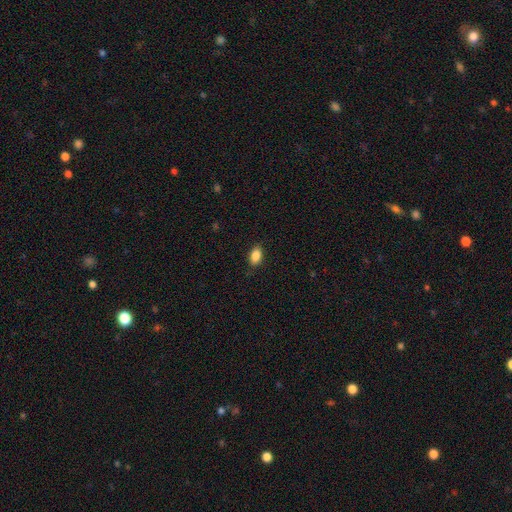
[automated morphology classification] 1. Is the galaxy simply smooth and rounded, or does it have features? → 87% smooth, 8% star or artifact, 5% featured or disk.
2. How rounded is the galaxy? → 89% in between, 9% round, 2% cigar-shaped.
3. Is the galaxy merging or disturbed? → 87% none, 10% minor disturbance, 2% major disturbance, 1% merger.